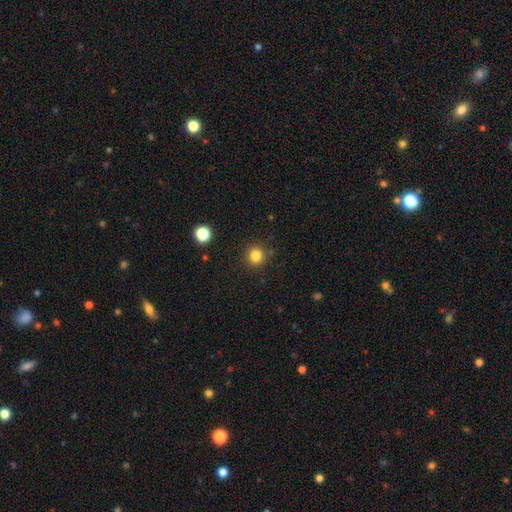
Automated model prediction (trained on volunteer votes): This appears to be a smooth galaxy with no disk features (83%) that is round (93%). Merging: none (89%).